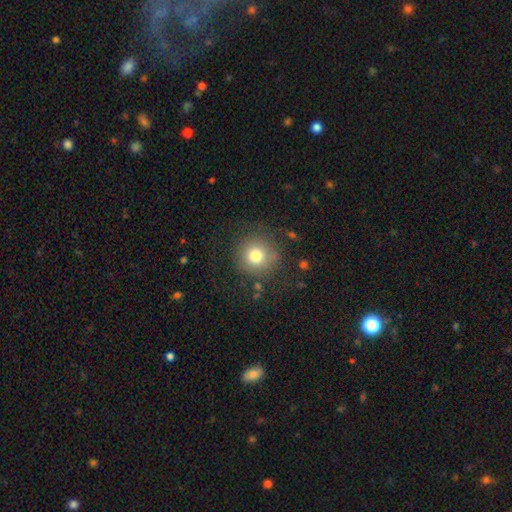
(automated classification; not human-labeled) Morphology: type=smooth (77%); roundness=round (94%); merging=none (84%).